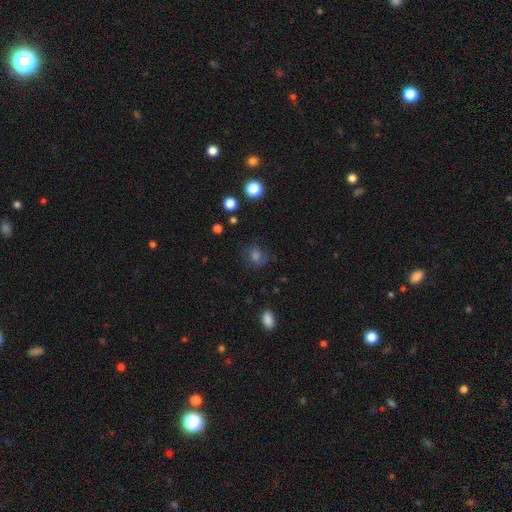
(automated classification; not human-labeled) Smooth or featured? smooth (54%)
How rounded? round (59%)
Merging? none (72%)